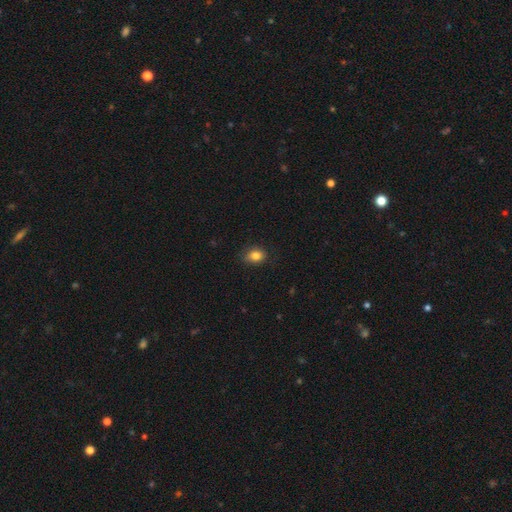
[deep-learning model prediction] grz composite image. It shows a smooth galaxy with no disk features (84%) that is in between round and cigar-shaped (61%). Merging: none (78%).